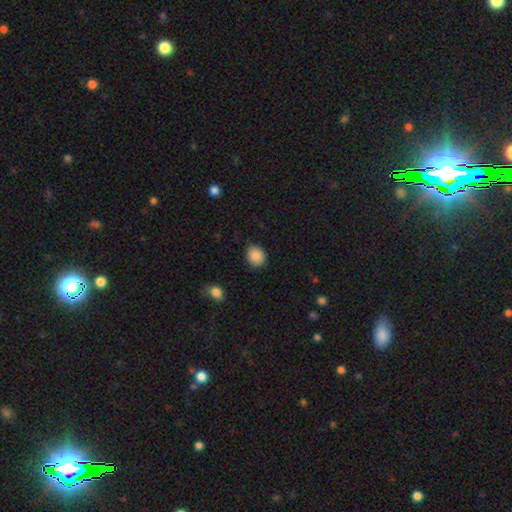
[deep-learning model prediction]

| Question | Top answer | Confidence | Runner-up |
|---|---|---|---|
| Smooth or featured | smooth | 88% | star or artifact (8%) |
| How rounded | round | 68% | in between (31%) |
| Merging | none | 84% | minor disturbance (12%) |